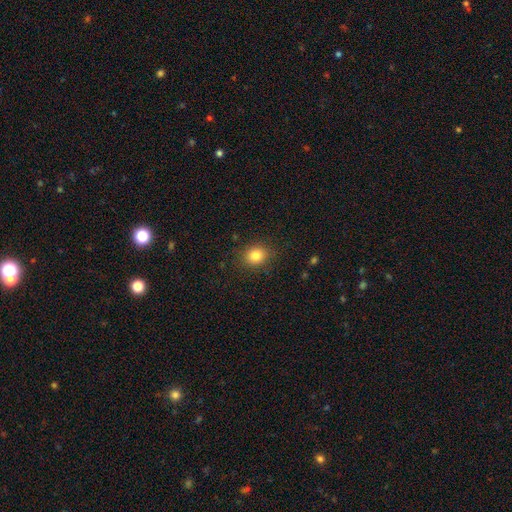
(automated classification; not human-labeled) smooth-or-featured: smooth: 82% | star or artifact: 12% | featured or disk: 6%
  how-rounded: round: 69% | in between: 30% | cigar-shaped: 1%
  merging: none: 88% | minor disturbance: 9% | major disturbance: 3% | merger: 1%